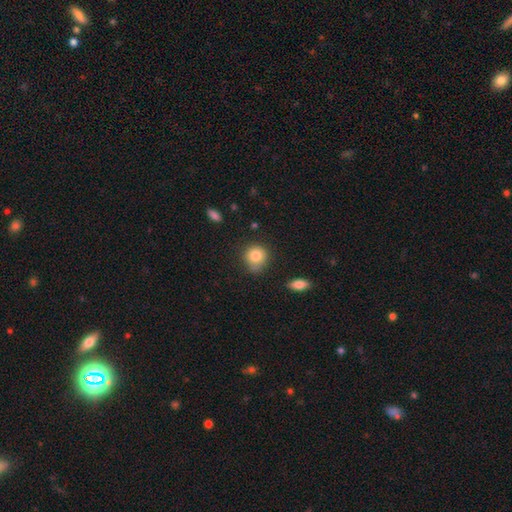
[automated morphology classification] Smooth or featured? Predicted: smooth (p=0.81). How rounded? Predicted: round (p=0.85). Merging? Predicted: none (p=0.68).